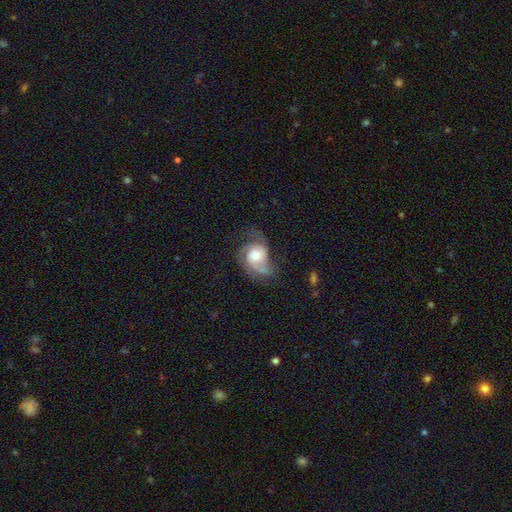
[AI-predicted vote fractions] Q: Smooth or featured?
A: featured or disk (76%); runner-up: smooth (17%)
Q: Edge-on disk?
A: no (98%); runner-up: yes (2%)
Q: Bar?
A: no (72%); runner-up: weak (24%)
Q: Spiral arms?
A: yes (93%); runner-up: no (7%)
Q: Spiral winding?
A: medium (45%); runner-up: tight (33%)
Q: Spiral arm count?
A: 2 (45%); runner-up: 3 (27%)
Q: Bulge size?
A: moderate (60%); runner-up: small (22%)
Q: Merging?
A: none (50%); runner-up: minor disturbance (25%)